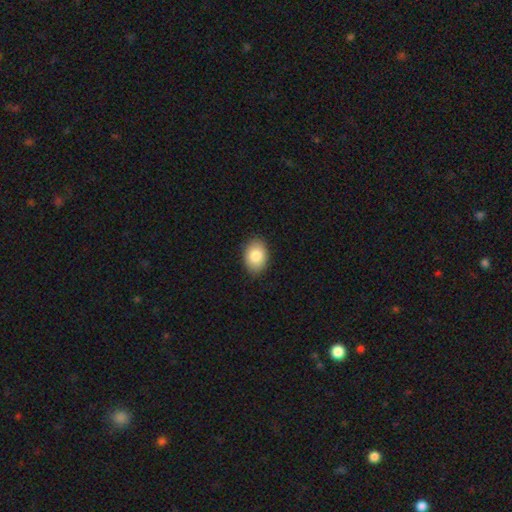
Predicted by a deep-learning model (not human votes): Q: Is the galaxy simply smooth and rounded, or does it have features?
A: smooth — 85%.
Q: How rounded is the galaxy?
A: in between — 82%.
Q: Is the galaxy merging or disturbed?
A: none — 88%.